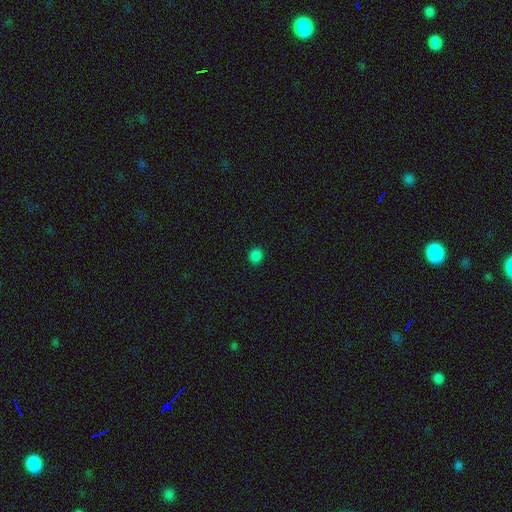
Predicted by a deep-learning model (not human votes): The model was most divided on "how rounded": round: 82%, in between: 17%, cigar-shaped: 1%. More confident: merging — none (90%); smooth or featured — smooth (83%).